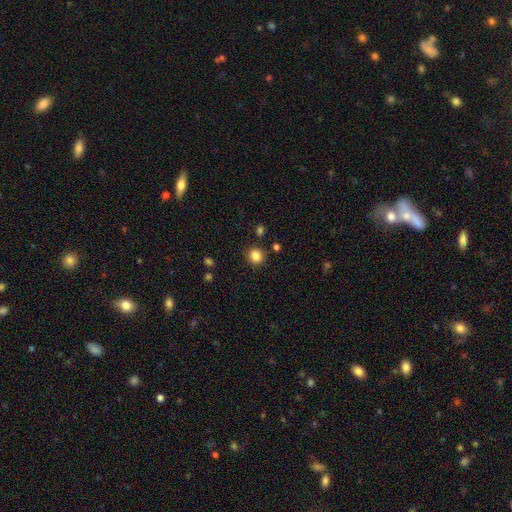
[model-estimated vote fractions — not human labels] smooth 84%, star or artifact 11%, featured or disk 4%. Down the decision tree: how rounded — round (88%); merging — none (89%).